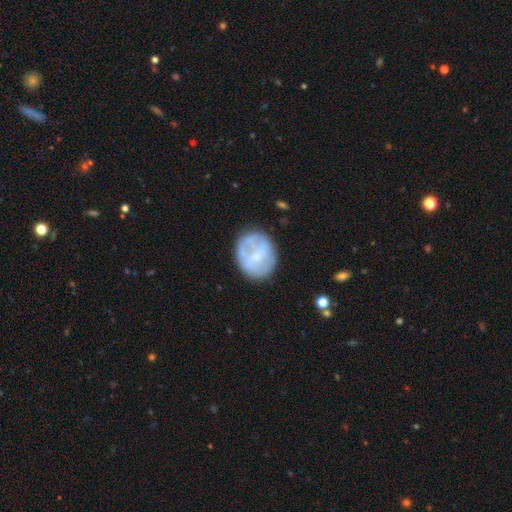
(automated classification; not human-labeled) Smooth or featured? smooth (46%, tied with featured or disk)
Merging? none (68%)